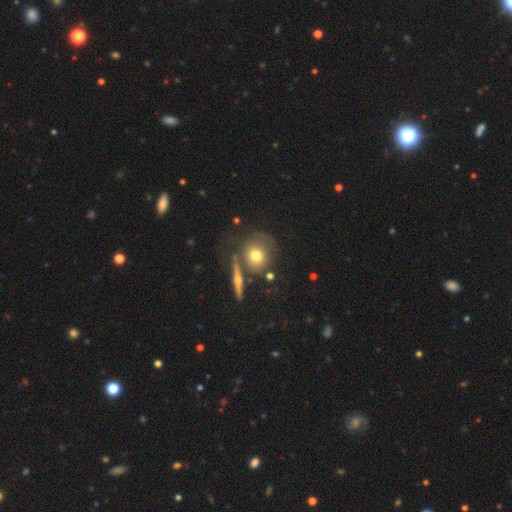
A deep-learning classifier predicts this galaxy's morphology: smooth_or_featured: smooth (p=0.57) [alt: featured or disk p=0.34]
how_rounded: round (p=0.80) [alt: in between p=0.18]
merging: none (p=0.60) [alt: minor disturbance p=0.17]